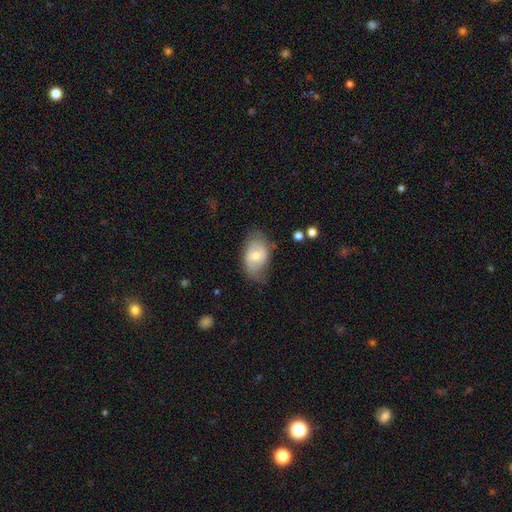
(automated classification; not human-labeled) Morphology: type=smooth (53%); roundness=in between (86%); merging=none (61%).